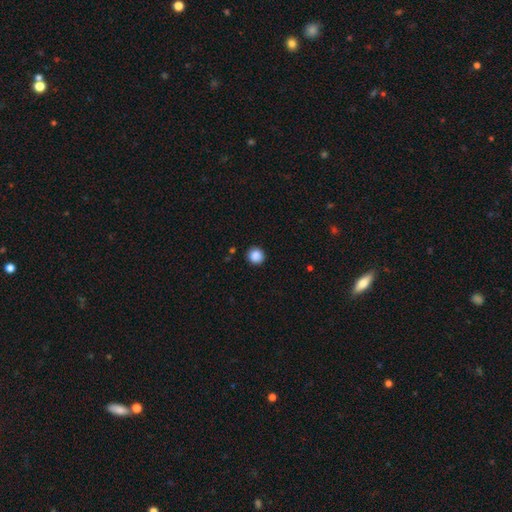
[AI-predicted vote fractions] smooth 88%, star or artifact 10%, featured or disk 3%. Down the decision tree: how rounded — round (92%); merging — none (91%).